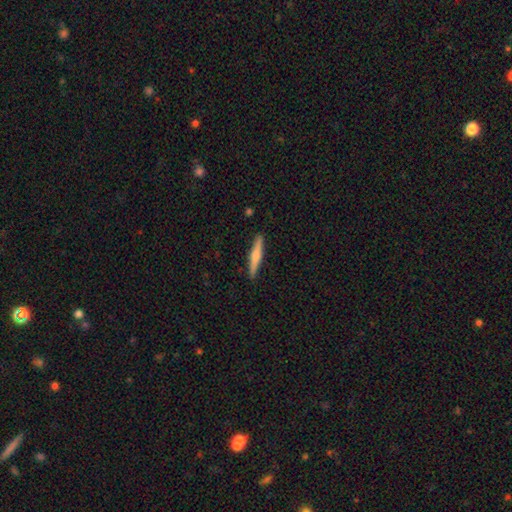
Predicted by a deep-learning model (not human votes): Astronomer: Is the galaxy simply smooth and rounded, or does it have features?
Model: smooth — 55% (runner-up: featured or disk, 39%).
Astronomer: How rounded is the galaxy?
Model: cigar-shaped — 92%.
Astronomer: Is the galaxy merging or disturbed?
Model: none — 91%.